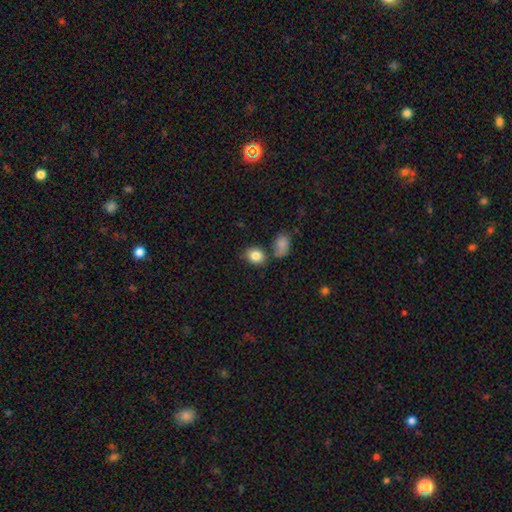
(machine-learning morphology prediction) A smooth galaxy with no disk features (84%) that is in between round and cigar-shaped (52%).

Vote fractions:
- Smooth or featured? smooth: 84% / star or artifact: 9% / featured or disk: 7%
- How rounded? in between: 52% / round: 47% / cigar-shaped: 1%
- Merging? none: 66% / merger: 16% / minor disturbance: 14% / major disturbance: 4%